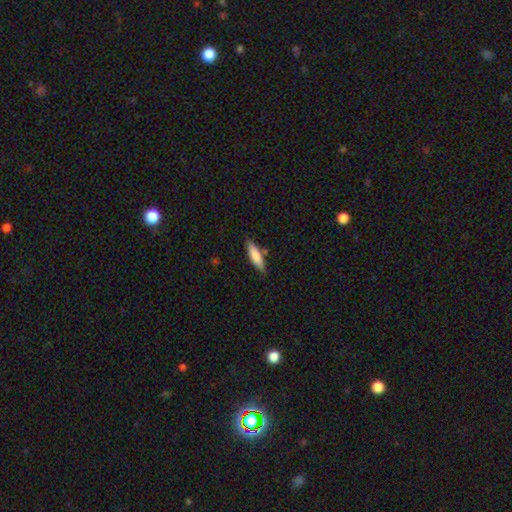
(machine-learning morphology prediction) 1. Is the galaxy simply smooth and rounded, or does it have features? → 81% smooth, 13% featured or disk, 6% star or artifact.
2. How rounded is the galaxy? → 63% cigar-shaped, 35% in between, 1% round.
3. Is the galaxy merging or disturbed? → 80% none, 14% minor disturbance, 4% merger, 2% major disturbance.